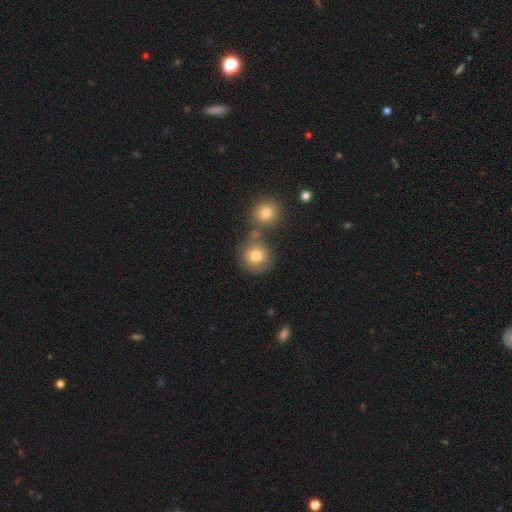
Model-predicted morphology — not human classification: Smooth or featured: smooth — 77% (featured or disk — 12%)
How rounded: round — 90% (in between — 9%)
Merging: none — 63% (merger — 23%)